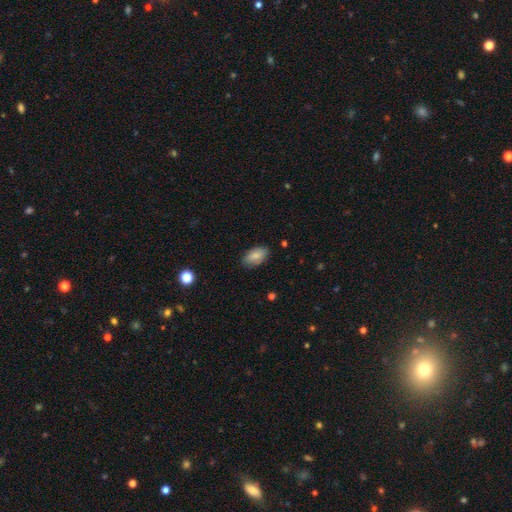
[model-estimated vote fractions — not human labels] smooth_or_featured: smooth (p=0.83) [alt: featured or disk p=0.10]
how_rounded: in between (p=0.94) [alt: round p=0.04]
merging: none (p=0.84) [alt: minor disturbance p=0.12]